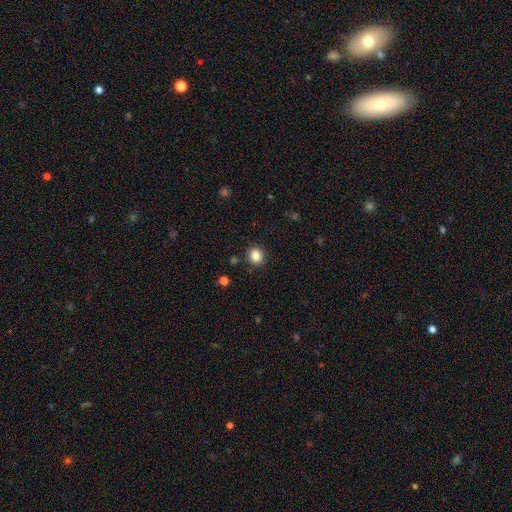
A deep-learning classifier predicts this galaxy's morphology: smooth 85%, star or artifact 10%, featured or disk 4%. Down the decision tree: how rounded — round (79%); merging — none (89%).